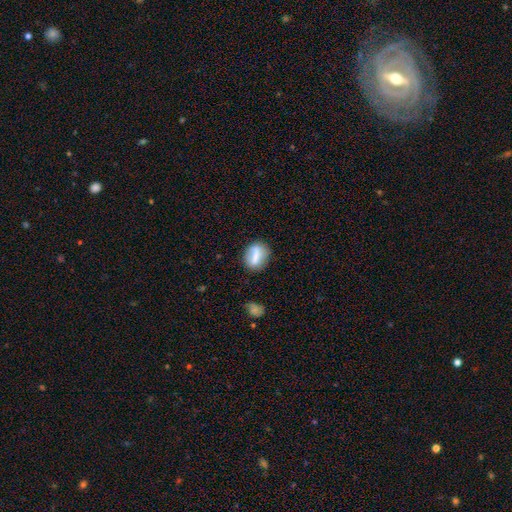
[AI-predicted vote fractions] This appears to be a smooth galaxy with no disk features (66%) that is in between round and cigar-shaped (58%). Merging: none (76%).